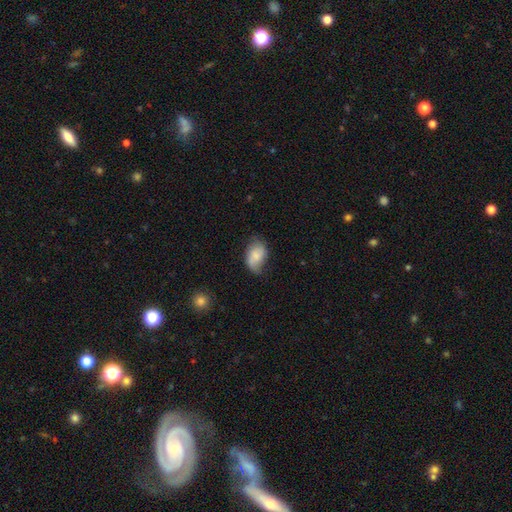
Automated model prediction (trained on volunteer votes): Smooth or featured? smooth (70%)
How rounded? in between (88%)
Merging? none (48%)